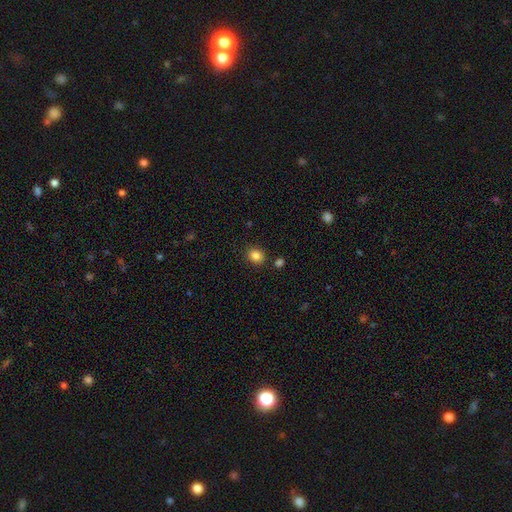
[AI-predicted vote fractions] smooth-or-featured: smooth: 85% | star or artifact: 11% | featured or disk: 4%
  how-rounded: round: 59% | in between: 40% | cigar-shaped: 1%
  merging: none: 85% | minor disturbance: 9% | merger: 4% | major disturbance: 3%